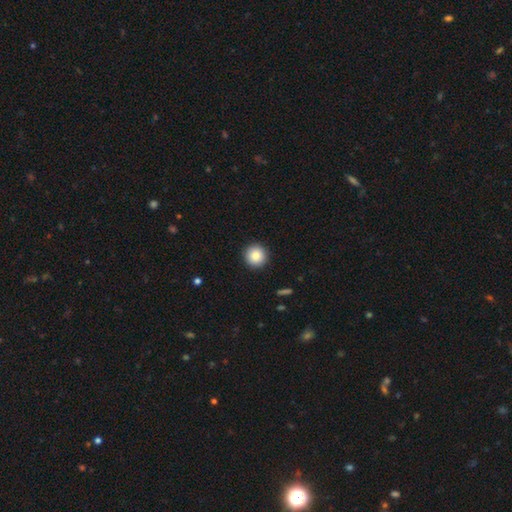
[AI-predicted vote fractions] smooth-or-featured: smooth: 84% | star or artifact: 9% | featured or disk: 7%
  how-rounded: round: 96% | in between: 4% | cigar-shaped: 1%
  merging: none: 92% | minor disturbance: 5% | major disturbance: 2% | merger: 1%